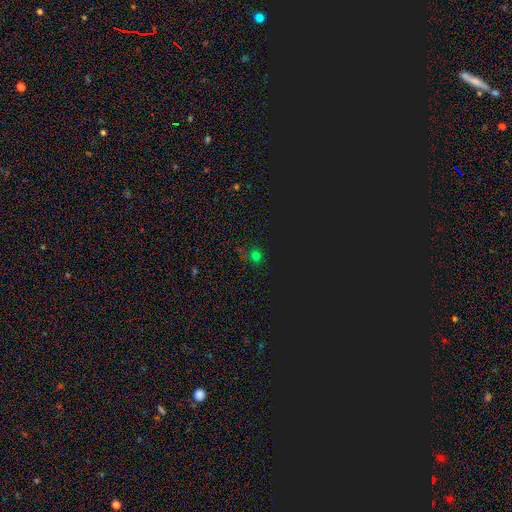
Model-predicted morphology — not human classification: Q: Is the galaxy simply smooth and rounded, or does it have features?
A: smooth — 51%.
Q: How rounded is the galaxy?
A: round — 86%.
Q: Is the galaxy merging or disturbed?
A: none — 78%.